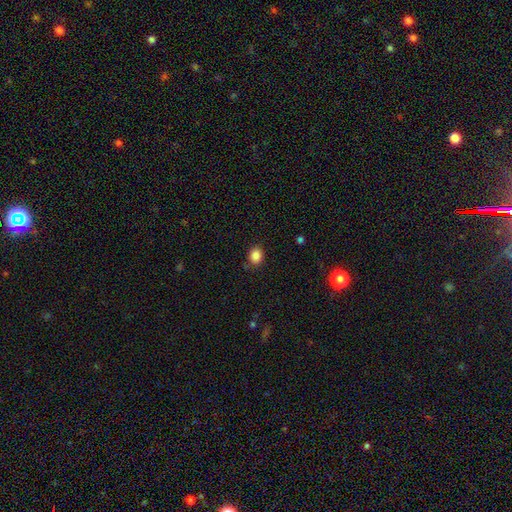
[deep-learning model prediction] Overall: smooth (86%). How rounded: round (58%; in between 41%). Merging: none (84%).